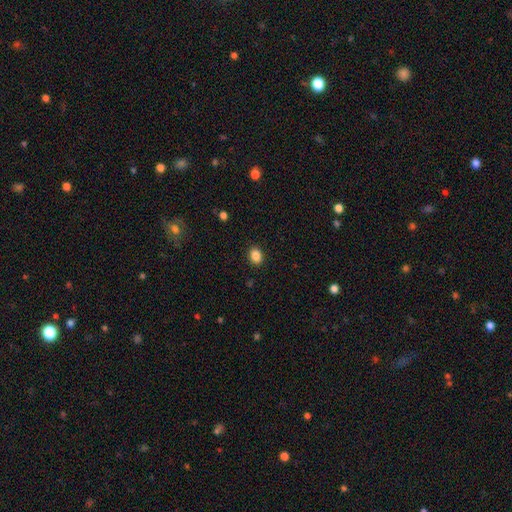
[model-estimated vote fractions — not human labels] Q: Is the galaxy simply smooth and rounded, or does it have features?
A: smooth — 87%.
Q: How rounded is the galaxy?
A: in between — 62%.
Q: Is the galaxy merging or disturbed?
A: none — 90%.